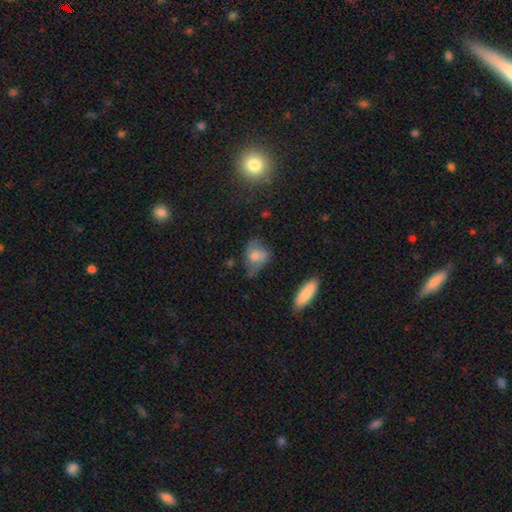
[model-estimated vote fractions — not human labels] A smooth galaxy with no disk features (63%) that is in between round and cigar-shaped (67%). Merging: none (39%).